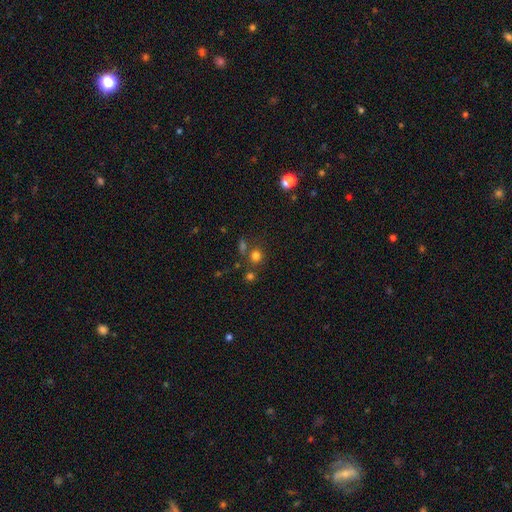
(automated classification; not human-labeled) smooth-or-featured: smooth: 73% | star or artifact: 19% | featured or disk: 7%
  how-rounded: round: 85% | in between: 14% | cigar-shaped: 1%
  merging: none: 70% | merger: 15% | minor disturbance: 10% | major disturbance: 5%